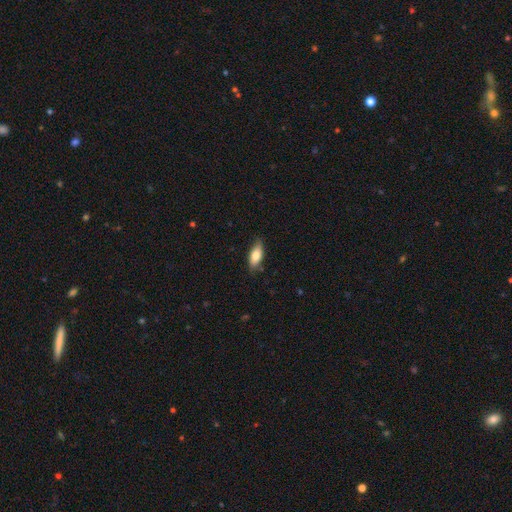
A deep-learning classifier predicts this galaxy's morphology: Smooth or featured? smooth (78%)
How rounded? in between (82%)
Merging? none (79%)